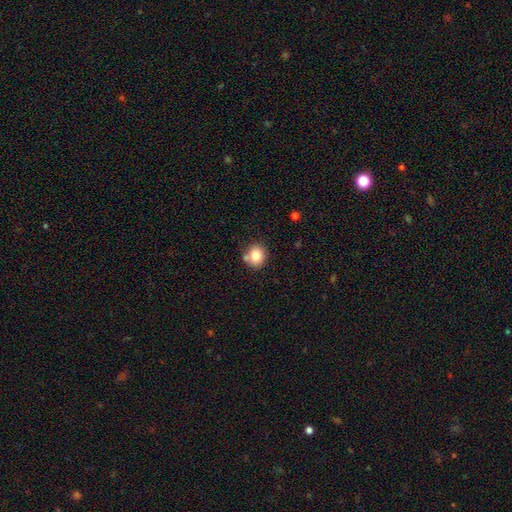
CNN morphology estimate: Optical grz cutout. It shows a smooth galaxy with no disk features (80%) that is round (79%). Merging: none (72%).